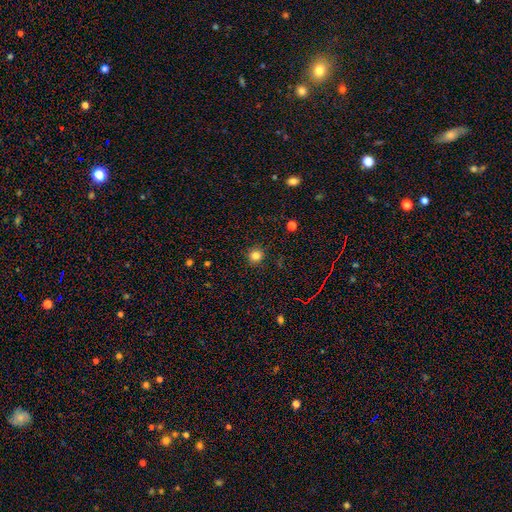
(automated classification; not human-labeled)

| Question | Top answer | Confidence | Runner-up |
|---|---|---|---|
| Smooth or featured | smooth | 81% | star or artifact (14%) |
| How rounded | round | 94% | in between (5%) |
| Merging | none | 91% | minor disturbance (6%) |